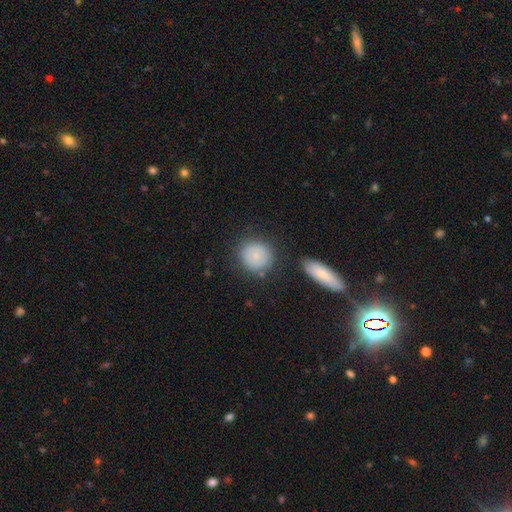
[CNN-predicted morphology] Smooth or featured: smooth — 77% (featured or disk — 15%)
How rounded: round — 88% (in between — 11%)
Merging: none — 77% (minor disturbance — 12%)